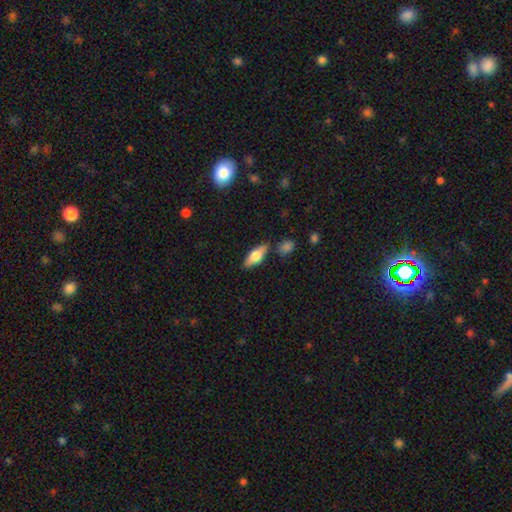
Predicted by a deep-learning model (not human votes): Morphology: type=smooth (62%); roundness=in between (69%); merging=none (78%).